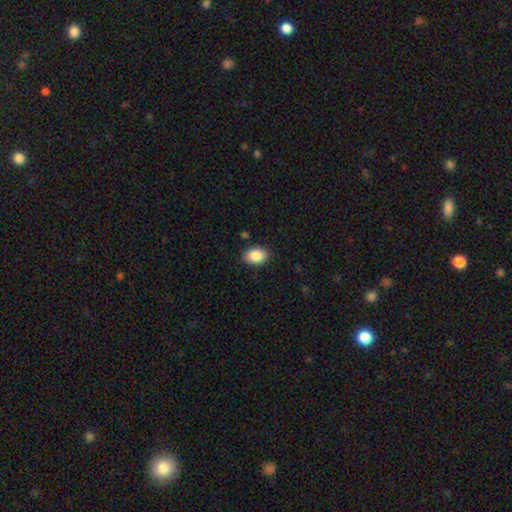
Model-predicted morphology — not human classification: Smooth or featured: smooth — 87% (star or artifact — 8%)
How rounded: in between — 83% (round — 16%)
Merging: none — 87% (minor disturbance — 9%)